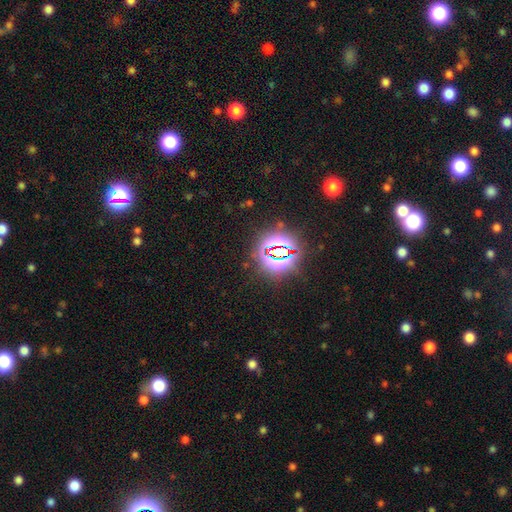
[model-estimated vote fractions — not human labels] Smooth or featured?
  - star or artifact: 80% *
  - smooth: 12%
  - featured or disk: 7%